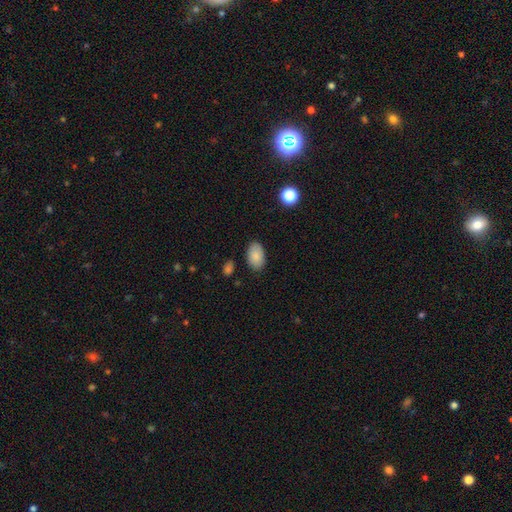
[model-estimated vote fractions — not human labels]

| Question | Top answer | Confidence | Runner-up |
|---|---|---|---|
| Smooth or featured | smooth | 86% | star or artifact (7%) |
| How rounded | in between | 93% | round (6%) |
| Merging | none | 85% | minor disturbance (11%) |